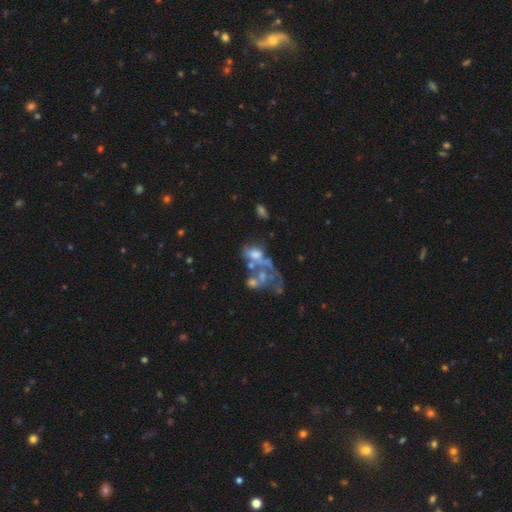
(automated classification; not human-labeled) The model was most divided on "merging": merger: 48%, major disturbance: 30%, none: 13%, minor disturbance: 9%. More confident: edge-on disk — no (97%); spiral arms — no (90%); bar — no (89%); smooth or featured — featured or disk (56%); bulge size — none (54%).